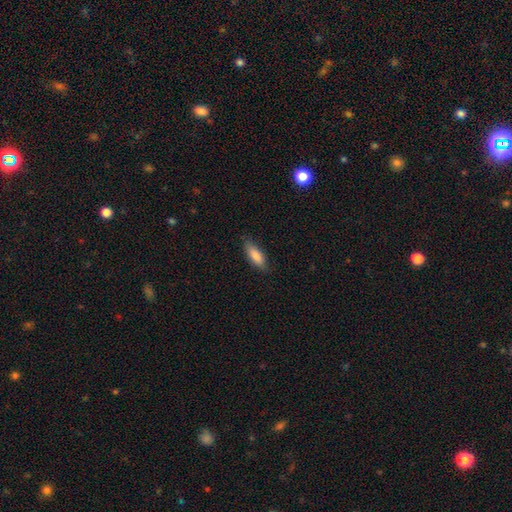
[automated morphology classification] This appears to be a smooth galaxy with no disk features (83%) that is in between round and cigar-shaped (60%). Merging: none (81%).